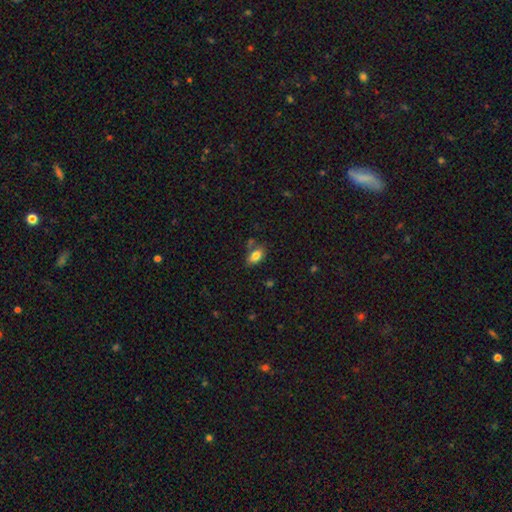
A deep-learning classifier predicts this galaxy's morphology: A smooth galaxy with no disk features (81%) that is in between round and cigar-shaped (89%).

Vote fractions:
- Smooth or featured? smooth: 81% / featured or disk: 11% / star or artifact: 9%
- How rounded? in between: 89% / round: 8% / cigar-shaped: 2%
- Merging? none: 67% / minor disturbance: 17% / merger: 11% / major disturbance: 4%